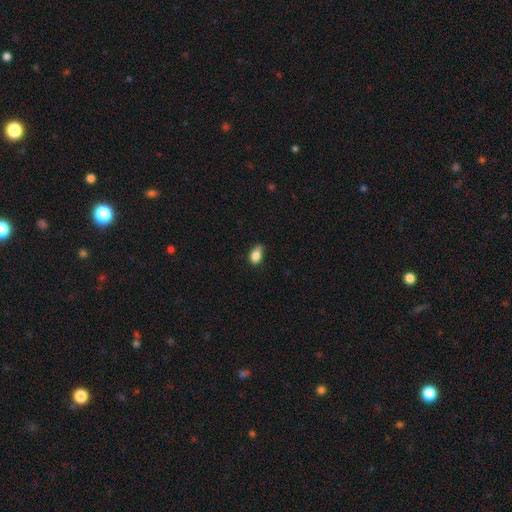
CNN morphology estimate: smooth_or_featured: smooth (p=0.83) [alt: star or artifact p=0.09]
how_rounded: in between (p=0.84) [alt: round p=0.14]
merging: none (p=0.52) [alt: minor disturbance p=0.38]